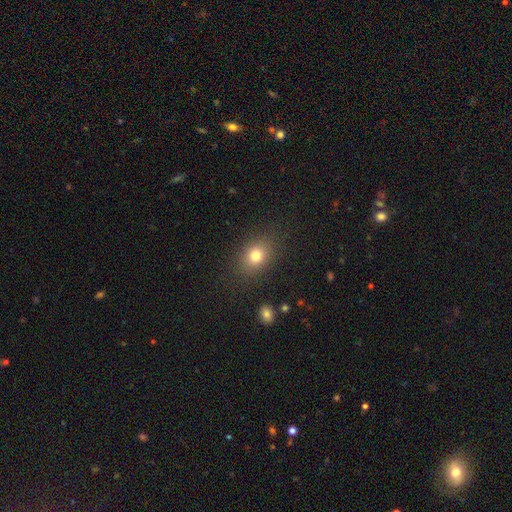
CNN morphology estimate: Smooth or featured? Predicted: smooth (p=0.79). How rounded? Predicted: in between (p=0.59). Merging? Predicted: none (p=0.83).